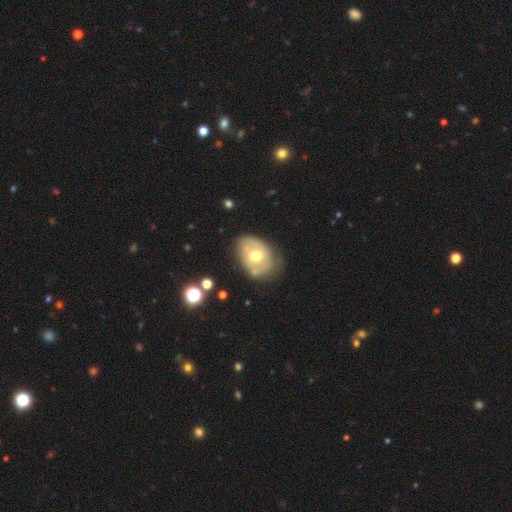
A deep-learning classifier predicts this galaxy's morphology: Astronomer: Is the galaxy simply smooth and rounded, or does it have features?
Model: smooth — 51% (runner-up: featured or disk, 41%).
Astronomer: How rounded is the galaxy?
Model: in between — 68%.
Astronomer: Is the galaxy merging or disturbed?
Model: none — 64%.